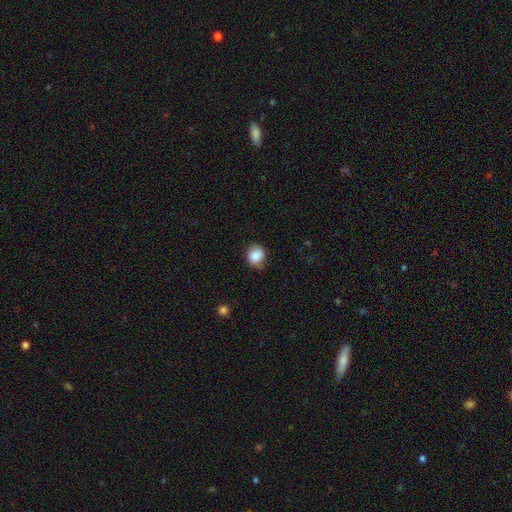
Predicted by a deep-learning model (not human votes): smooth 87%, star or artifact 8%, featured or disk 5%. Down the decision tree: how rounded — round (76%); merging — none (71%).